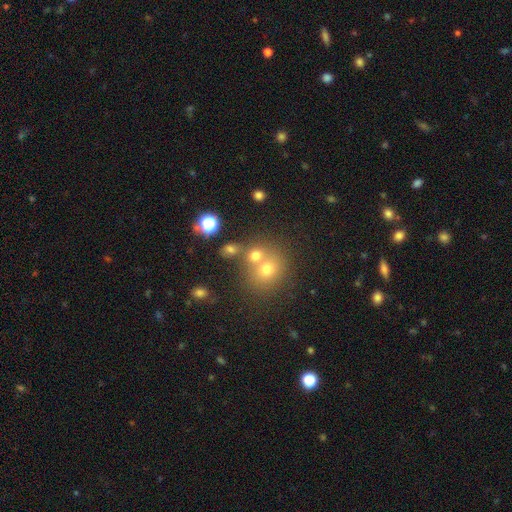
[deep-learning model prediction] This is likely a smooth galaxy (67%). How rounded: likely round (75%). Merging: marginally merger (45%).